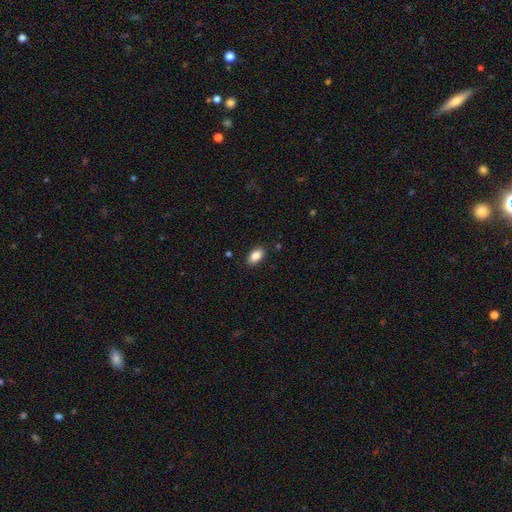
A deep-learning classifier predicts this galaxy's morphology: Smooth or featured?
  - smooth: 86% *
  - star or artifact: 8%
  - featured or disk: 6%
How rounded?
  - in between: 92% *
  - round: 5%
  - cigar-shaped: 2%
Merging?
  - none: 88% *
  - minor disturbance: 9%
  - major disturbance: 2%
  - merger: 1%